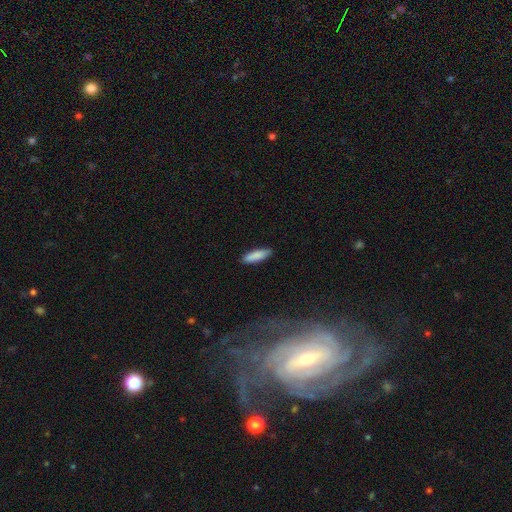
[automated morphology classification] This appears to be a smooth galaxy with no disk features (88%) that is cigar-shaped (59%). Merging: none (88%).